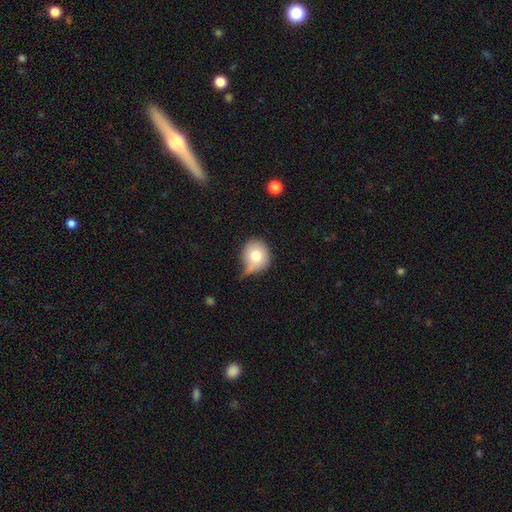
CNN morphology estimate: The model was most divided on "merging" (2-way tie): minor disturbance: 38%, none: 38%, major disturbance: 16%, merger: 8%. More confident: how rounded — round (84%); smooth or featured — smooth (76%).